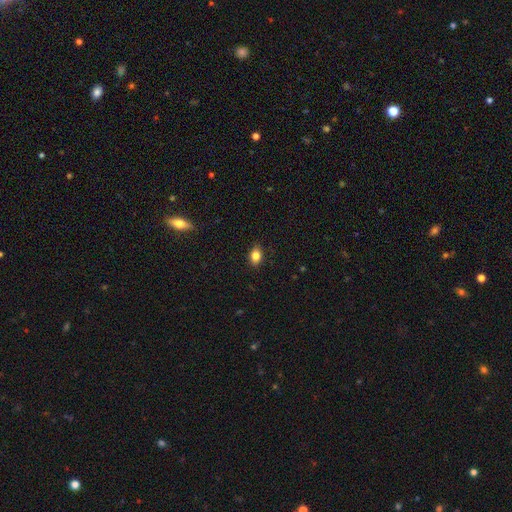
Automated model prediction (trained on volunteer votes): Smooth or featured? Predicted: smooth (p=0.83). How rounded? Predicted: in between (p=0.75). Merging? Predicted: none (p=0.87).